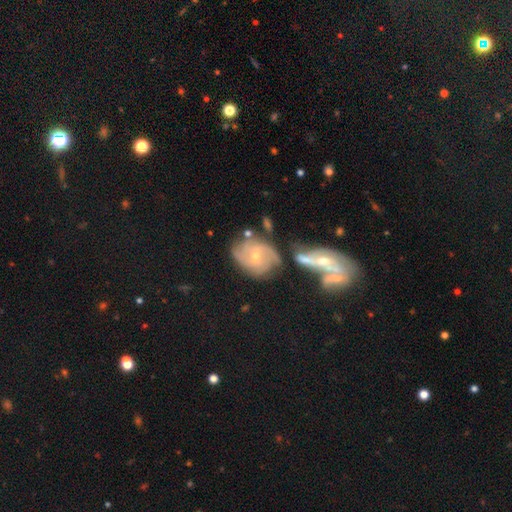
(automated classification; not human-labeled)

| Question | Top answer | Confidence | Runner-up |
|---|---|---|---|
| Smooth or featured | featured or disk | 74% | smooth (18%) |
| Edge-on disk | no | 96% | yes (4%) |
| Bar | no | 60% | weak (32%) |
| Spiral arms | yes | 88% | no (12%) |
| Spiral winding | tight | 43% | medium (38%) |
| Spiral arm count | can't tell | 29% | 3 (26%) |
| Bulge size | small | 48% | tied: moderate (48%) |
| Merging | none | 46% | merger (25%) |